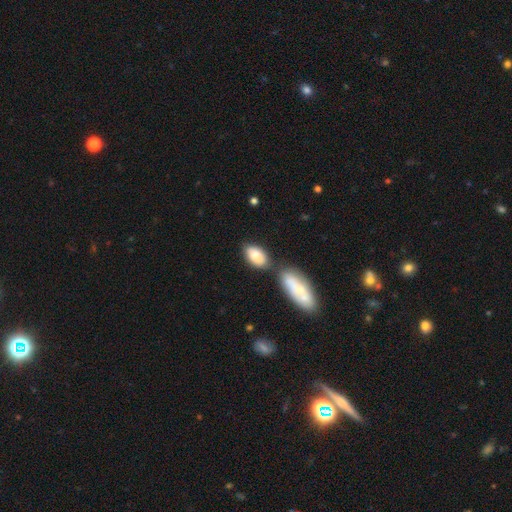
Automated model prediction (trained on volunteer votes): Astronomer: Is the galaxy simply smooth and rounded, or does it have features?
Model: smooth — 81%.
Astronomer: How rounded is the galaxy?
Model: in between — 92%.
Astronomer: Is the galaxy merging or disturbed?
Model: none — 62%.